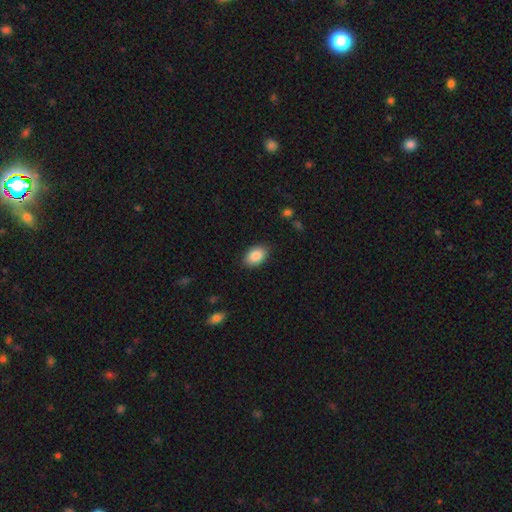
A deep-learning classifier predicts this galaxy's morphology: type=smooth (88%); roundness=in between (89%); merging=none (87%).